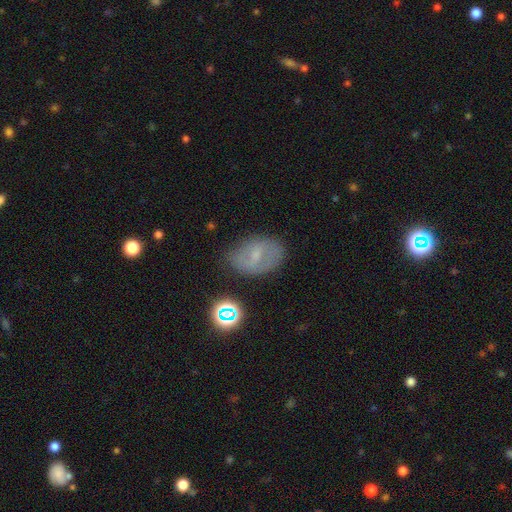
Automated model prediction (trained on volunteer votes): A smooth galaxy with no disk features (45%).

Vote fractions:
- Smooth or featured? smooth: 45% / featured or disk: 42% / star or artifact: 13%
- Merging? none: 68% / minor disturbance: 22% / major disturbance: 7% / merger: 2%